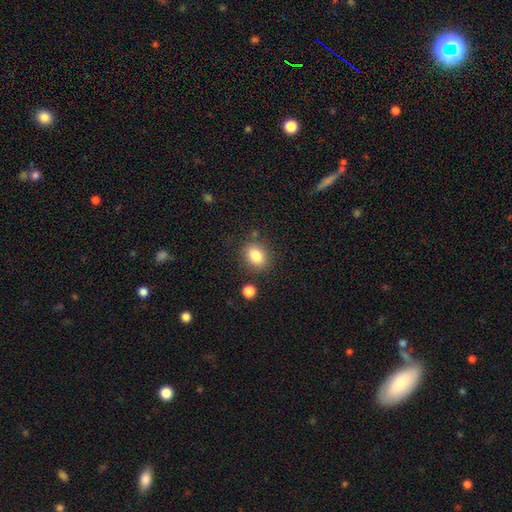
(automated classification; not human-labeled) Overall: smooth (83%). How rounded: in between (57%; round 42%). Merging: none (81%).